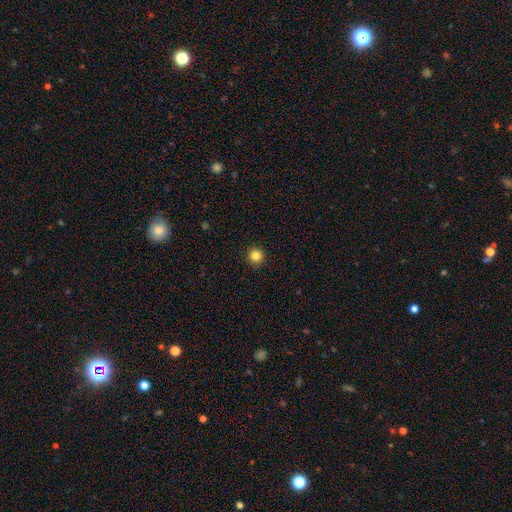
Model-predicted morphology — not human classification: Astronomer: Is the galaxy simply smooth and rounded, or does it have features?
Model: smooth — 84%.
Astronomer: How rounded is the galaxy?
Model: round — 95%.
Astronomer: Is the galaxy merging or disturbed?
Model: none — 92%.